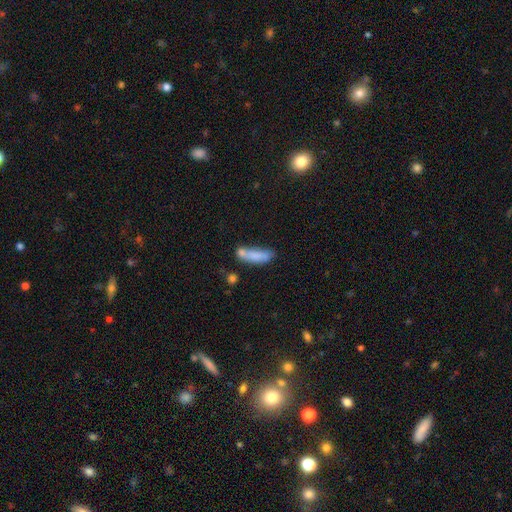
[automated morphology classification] Overall: smooth (76%). How rounded: cigar-shaped (55%; in between 42%). Merging: none (41%; merger 28%).